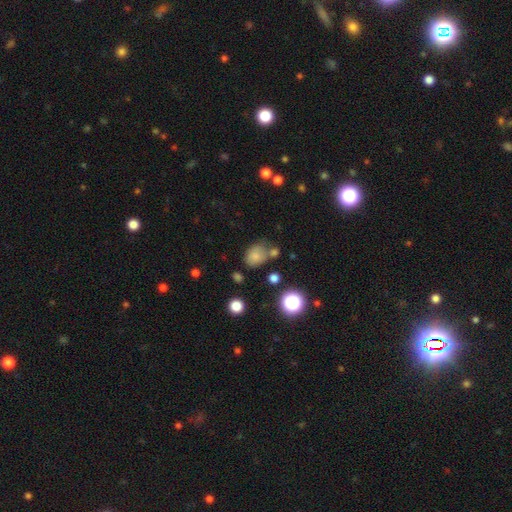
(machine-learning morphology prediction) smooth 76%, star or artifact 15%, featured or disk 9%. Down the decision tree: how rounded — in between (60%); merging — none (57%).